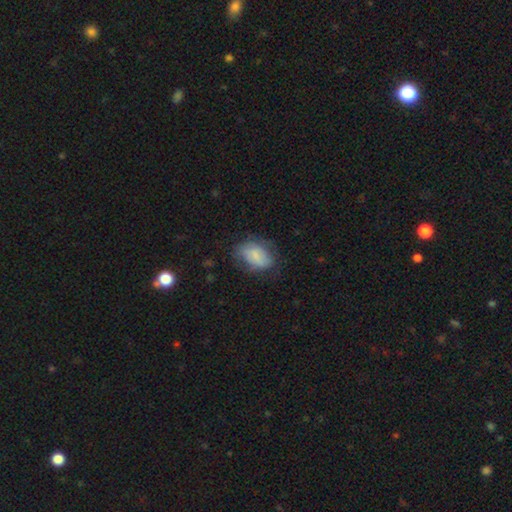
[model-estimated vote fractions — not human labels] Morphology: type=smooth (73%); roundness=in between (82%); merging=none (60%).